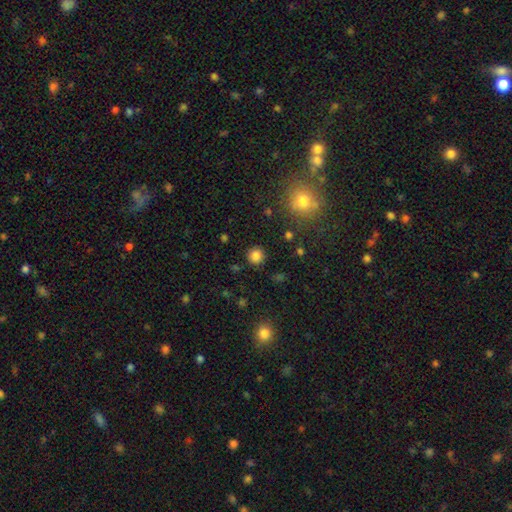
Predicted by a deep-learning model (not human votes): smooth-or-featured: smooth: 82% | star or artifact: 13% | featured or disk: 4%
  how-rounded: round: 92% | in between: 7% | cigar-shaped: 1%
  merging: none: 89% | minor disturbance: 7% | major disturbance: 3% | merger: 2%